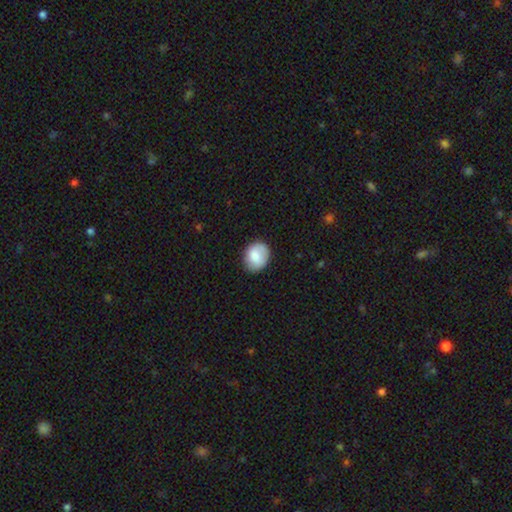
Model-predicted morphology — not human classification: This is likely a smooth galaxy (79%). How rounded: possibly round (55%). Merging: likely none (79%).